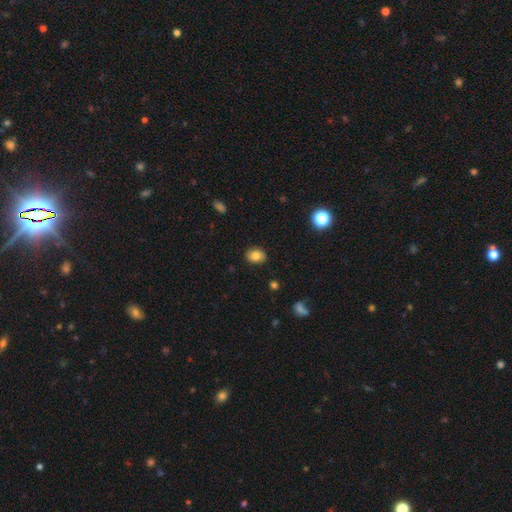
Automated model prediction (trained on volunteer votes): This is likely a smooth galaxy (79%). How rounded: likely in between (65%). Merging: clearly none (86%).